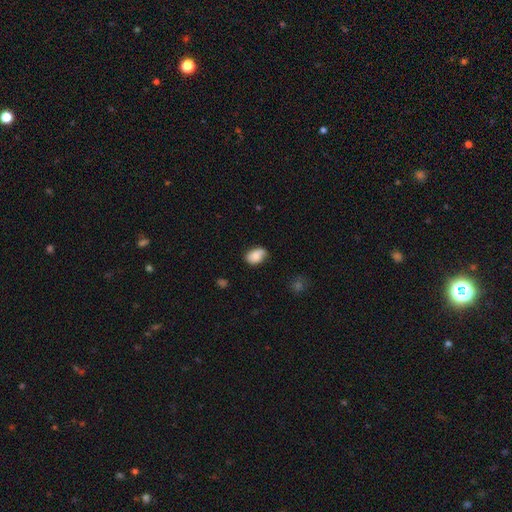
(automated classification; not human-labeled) Overall: smooth (77%). How rounded: in between (85%). Merging: none (63%; minor disturbance 29%).